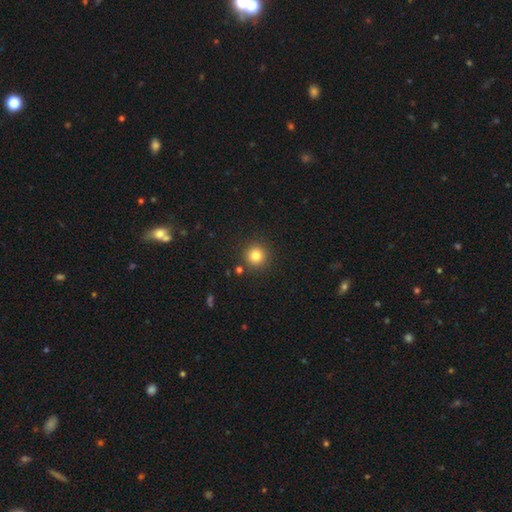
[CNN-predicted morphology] A smooth galaxy with no disk features (83%) that is round (95%). Merging: none (88%).